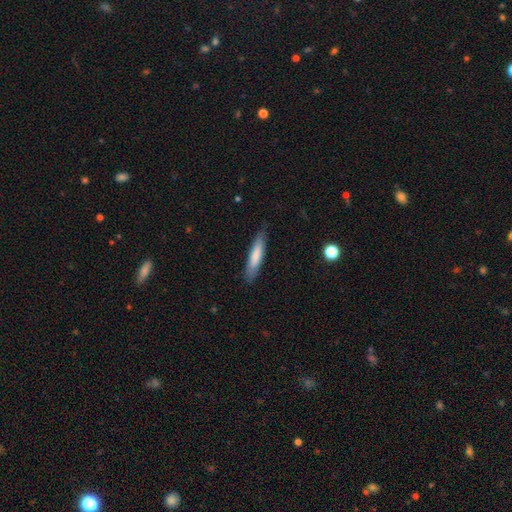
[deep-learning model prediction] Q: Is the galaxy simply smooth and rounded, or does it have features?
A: smooth — 78%.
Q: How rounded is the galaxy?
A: cigar-shaped — 84%.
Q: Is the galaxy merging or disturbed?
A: none — 85%.